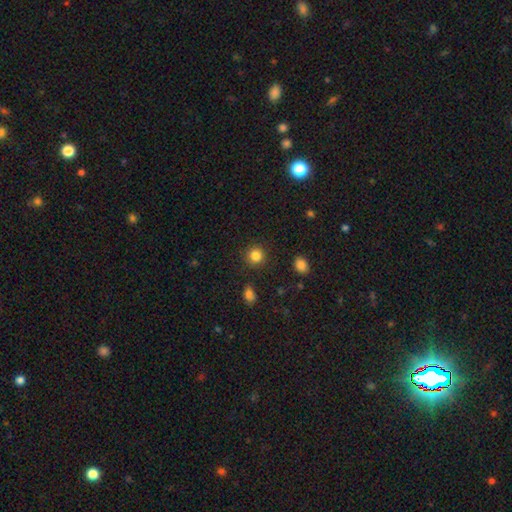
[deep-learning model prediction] Morphology: type=smooth (85%); roundness=round (92%); merging=none (90%).